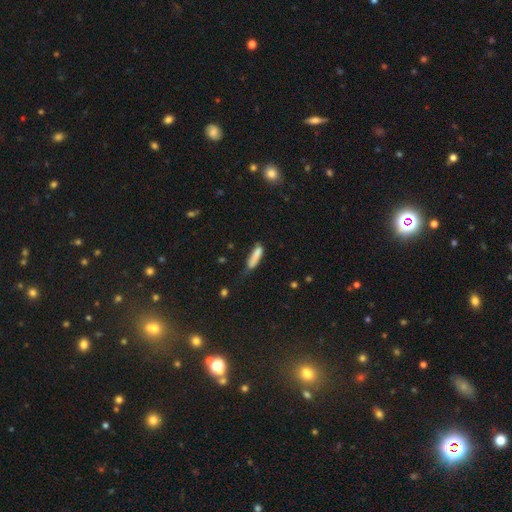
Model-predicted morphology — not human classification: The model was most divided on "merging": none: 49%, minor disturbance: 35%, major disturbance: 11%, merger: 4%. More confident: smooth or featured — smooth (81%); how rounded — cigar-shaped (75%).